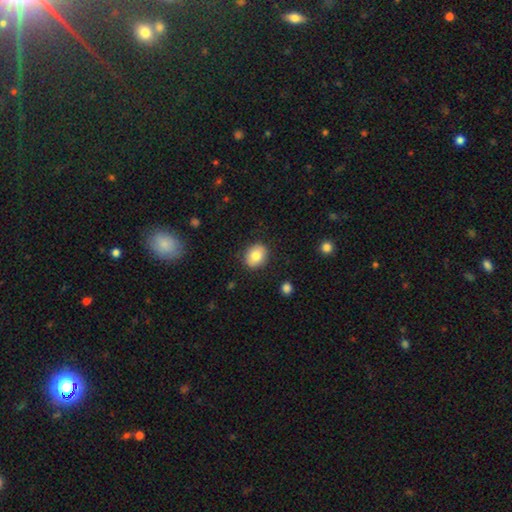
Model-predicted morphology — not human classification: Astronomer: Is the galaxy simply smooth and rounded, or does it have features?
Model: smooth — 81%.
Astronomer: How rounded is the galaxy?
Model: round — 60% (runner-up: in between, 39%).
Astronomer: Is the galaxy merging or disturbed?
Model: none — 87%.